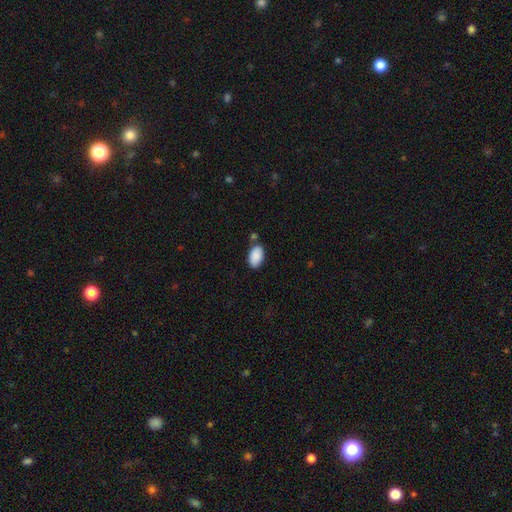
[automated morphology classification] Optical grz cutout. It shows a smooth galaxy with no disk features (89%) that is in between round and cigar-shaped (94%). Merging: none (70%).